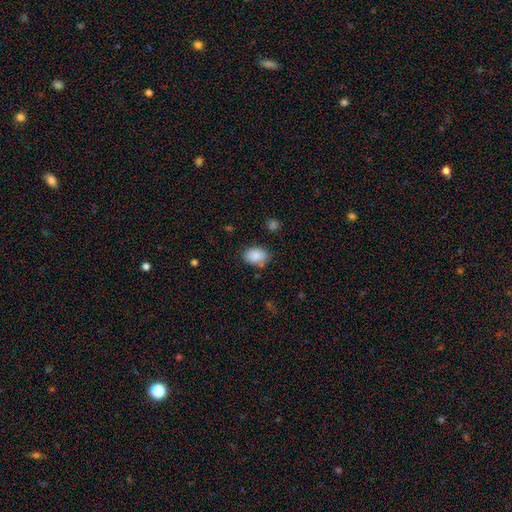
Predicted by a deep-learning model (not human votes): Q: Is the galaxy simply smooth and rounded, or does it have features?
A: smooth — 88%.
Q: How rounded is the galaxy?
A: in between — 80%.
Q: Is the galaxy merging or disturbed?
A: none — 76%.